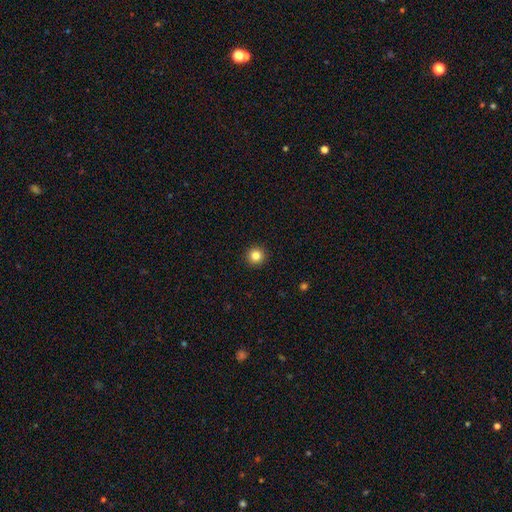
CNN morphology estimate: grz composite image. It shows a smooth galaxy with no disk features (84%) that is round (96%). Merging: none (94%).